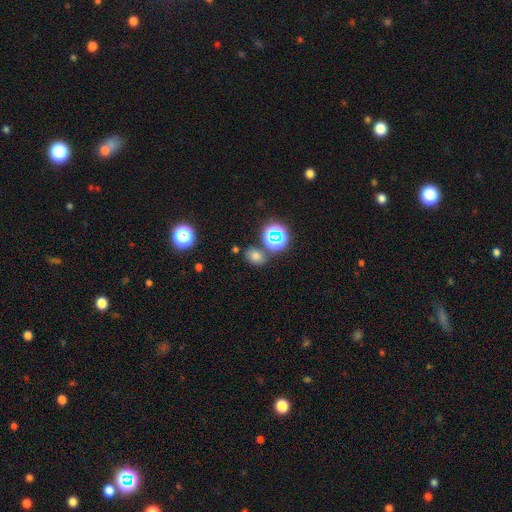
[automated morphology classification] Smooth or featured: smooth — 67% (star or artifact — 26%)
How rounded: in between — 57% (round — 42%)
Merging: none — 75% (minor disturbance — 12%)